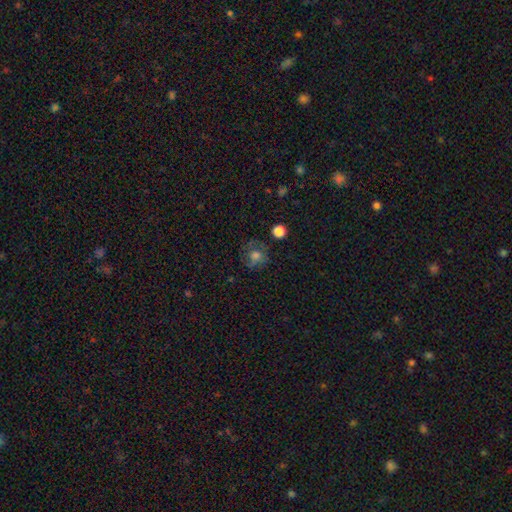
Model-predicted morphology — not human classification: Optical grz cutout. It shows a smooth galaxy with no disk features (58%) that is round (82%). Merging: none (68%).